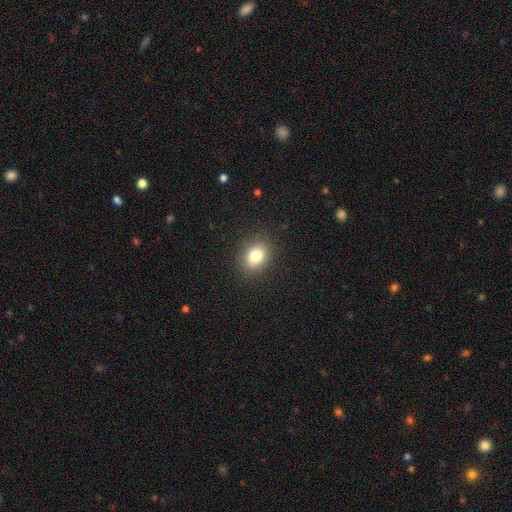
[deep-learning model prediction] This appears to be a smooth galaxy with no disk features (80%) that is in between round and cigar-shaped (52%). Merging: none (86%).